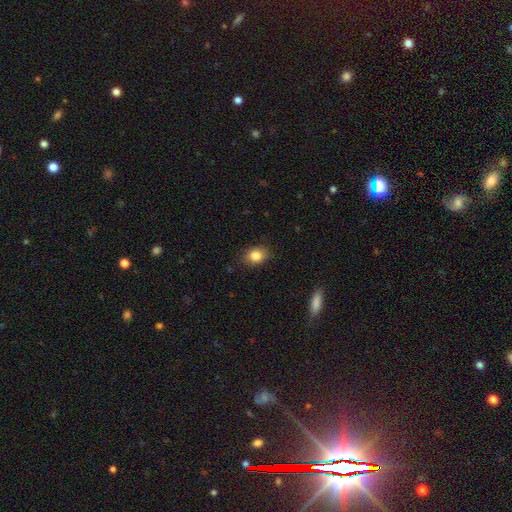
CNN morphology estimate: A smooth galaxy with no disk features (84%) that is in between round and cigar-shaped (56%). Merging: none (85%).